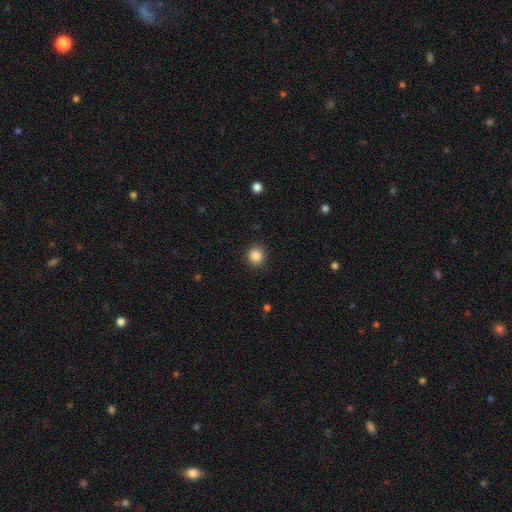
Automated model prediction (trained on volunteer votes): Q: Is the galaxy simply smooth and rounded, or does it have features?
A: smooth — 86%.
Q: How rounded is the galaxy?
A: round — 88%.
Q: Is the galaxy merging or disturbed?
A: none — 90%.